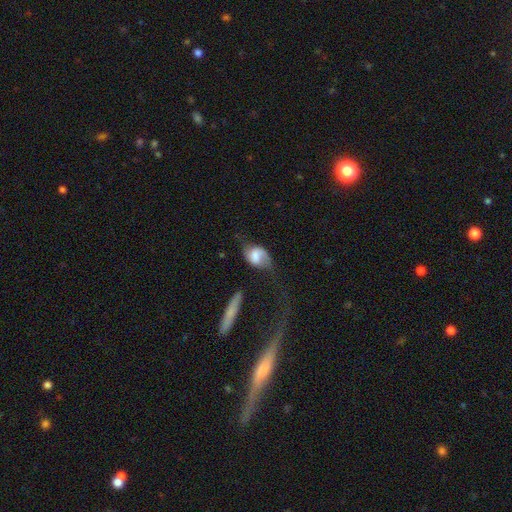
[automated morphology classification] The model was most divided on "smooth or featured": smooth: 49%, featured or disk: 43%, star or artifact: 8%. Remaining: merging — none (42%).